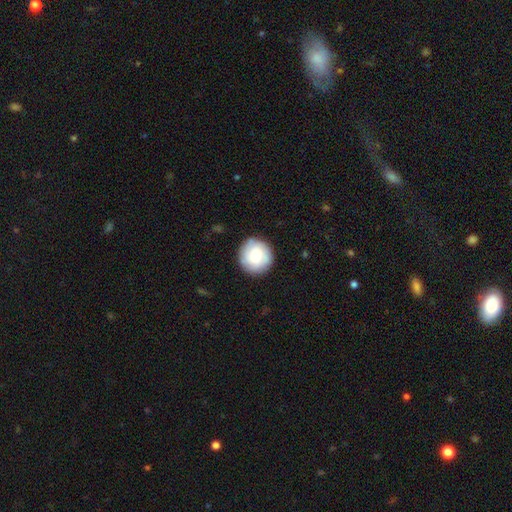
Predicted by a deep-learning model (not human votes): Smooth or featured? Predicted: smooth (p=0.73). How rounded? Predicted: round (p=0.94). Merging? Predicted: none (p=0.86).